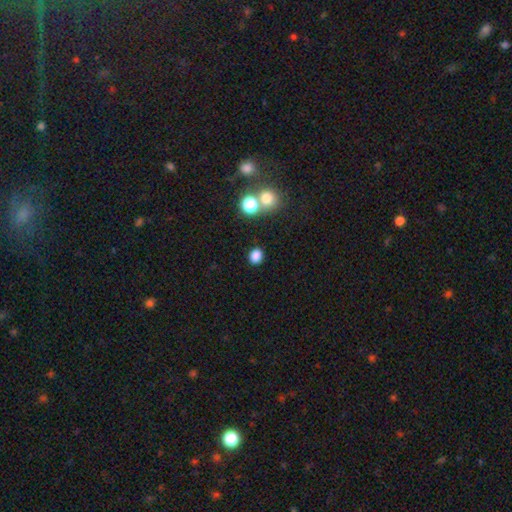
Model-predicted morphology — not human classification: Smooth or featured: smooth — 83% (star or artifact — 13%)
How rounded: round — 62% (in between — 37%)
Merging: none — 83% (minor disturbance — 9%)